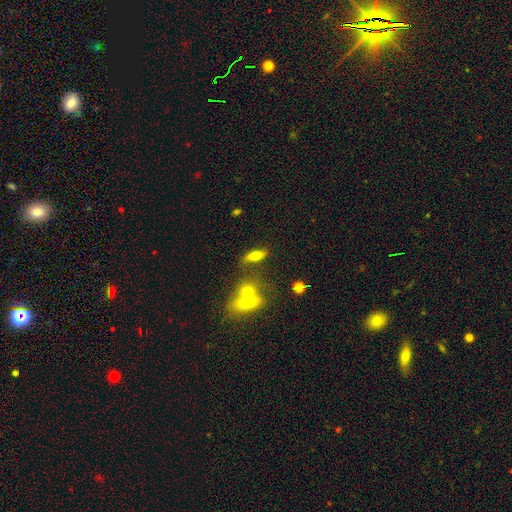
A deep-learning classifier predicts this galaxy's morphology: type=smooth (57%); roundness=in between (58%); merging=none (64%).